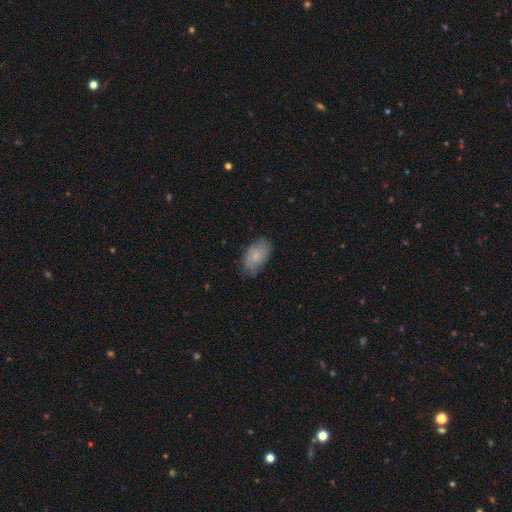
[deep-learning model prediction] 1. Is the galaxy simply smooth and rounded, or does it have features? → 69% smooth, 25% featured or disk, 7% star or artifact.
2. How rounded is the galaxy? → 93% in between, 6% round, 2% cigar-shaped.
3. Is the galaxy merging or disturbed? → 75% none, 20% minor disturbance, 4% major disturbance, 1% merger.